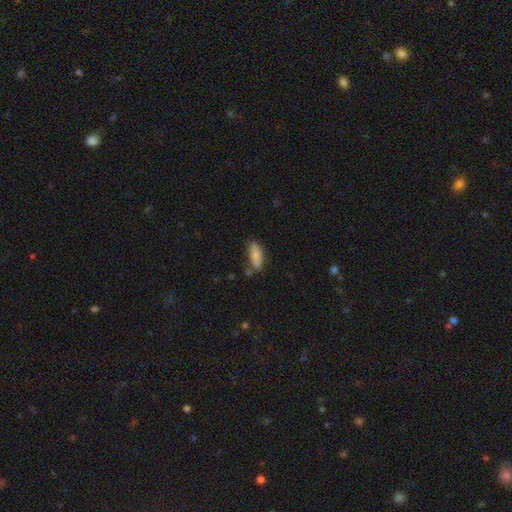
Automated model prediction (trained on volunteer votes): Smooth or featured? Predicted: smooth (p=0.79). How rounded? Predicted: in between (p=0.70). Merging? Predicted: none (p=0.60).